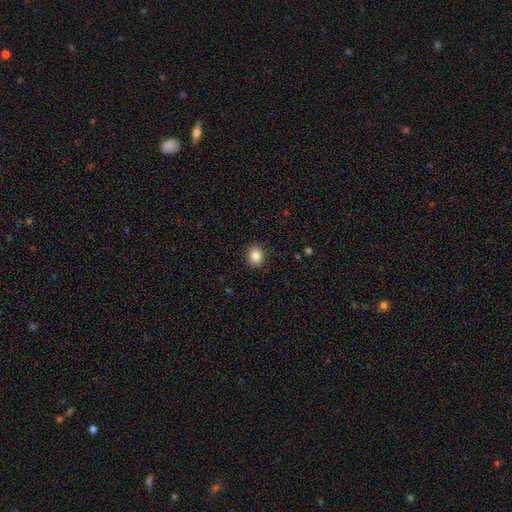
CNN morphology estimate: This appears to be a smooth galaxy with no disk features (85%) that is round (62%). Merging: none (90%).